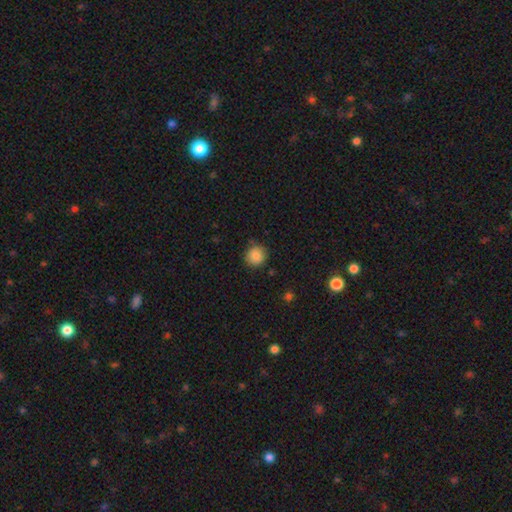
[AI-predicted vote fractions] Smooth or featured?
  - smooth: 86% *
  - star or artifact: 10%
  - featured or disk: 5%
How rounded?
  - round: 91% *
  - in between: 8%
  - cigar-shaped: 1%
Merging?
  - none: 84% *
  - minor disturbance: 12%
  - major disturbance: 3%
  - merger: 2%